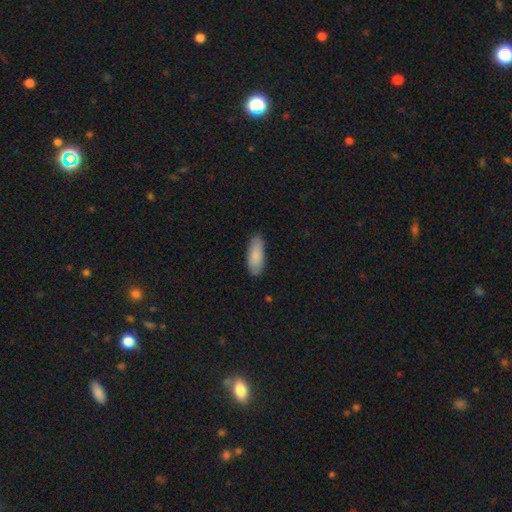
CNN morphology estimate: This appears to be a smooth galaxy with no disk features (86%) that is in between round and cigar-shaped (75%). Merging: none (85%).